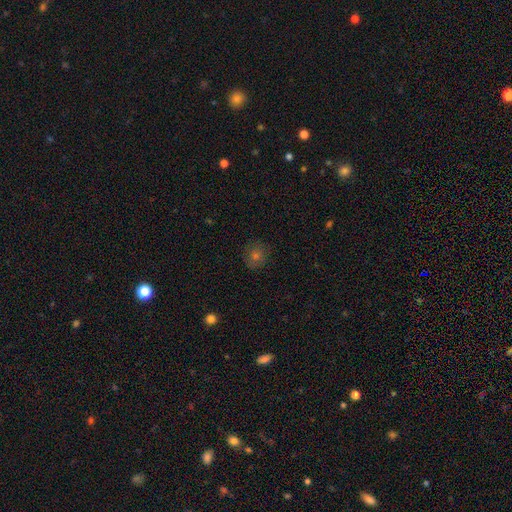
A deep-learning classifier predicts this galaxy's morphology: smooth-or-featured: smooth: 61% | star or artifact: 25% | featured or disk: 15%
  how-rounded: round: 85% | in between: 13% | cigar-shaped: 1%
  merging: none: 86% | minor disturbance: 10% | major disturbance: 3% | merger: 1%